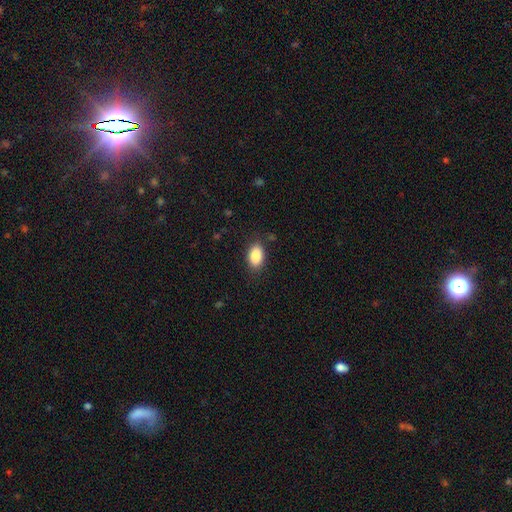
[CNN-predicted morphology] Smooth or featured?
  - smooth: 88% *
  - star or artifact: 7%
  - featured or disk: 5%
How rounded?
  - in between: 90% *
  - round: 9%
  - cigar-shaped: 2%
Merging?
  - none: 83% *
  - minor disturbance: 12%
  - major disturbance: 3%
  - merger: 1%